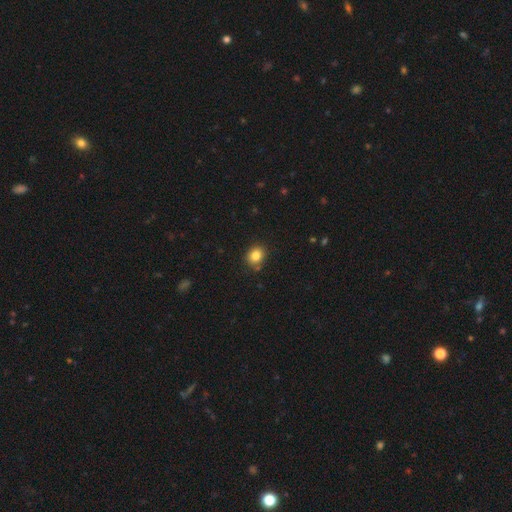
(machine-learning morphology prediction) This appears to be a smooth galaxy with no disk features (83%) that is round (66%). Merging: none (82%).